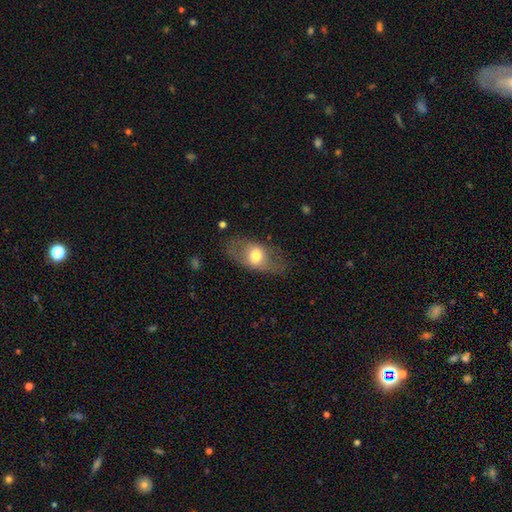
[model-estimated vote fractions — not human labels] Overall: smooth (55%; featured or disk 38%). How rounded: in between (81%). Merging: none (73%).